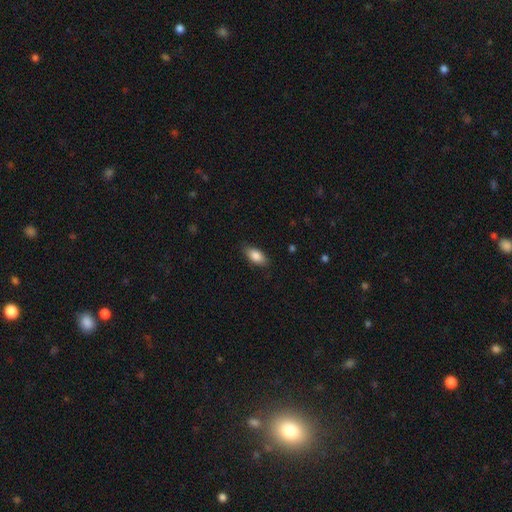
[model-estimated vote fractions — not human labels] smooth-or-featured: smooth: 86% | featured or disk: 7% | star or artifact: 7%
  how-rounded: in between: 89% | cigar-shaped: 7% | round: 3%
  merging: none: 83% | minor disturbance: 13% | major disturbance: 3% | merger: 1%